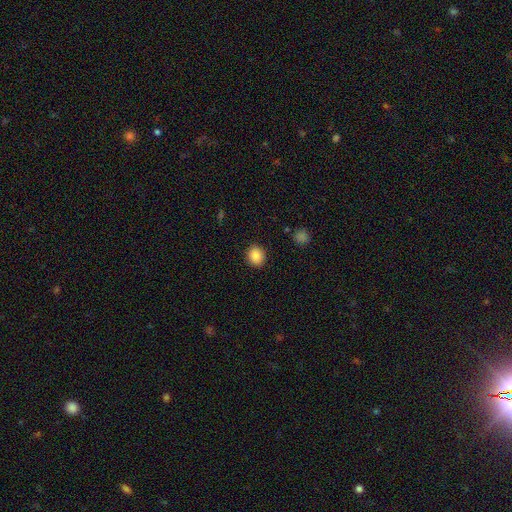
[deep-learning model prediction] A smooth galaxy with no disk features (87%) that is round (75%).

Vote fractions:
- Smooth or featured? smooth: 87% / star or artifact: 9% / featured or disk: 4%
- How rounded? round: 75% / in between: 24% / cigar-shaped: 1%
- Merging? none: 90% / minor disturbance: 6% / major disturbance: 2% / merger: 1%